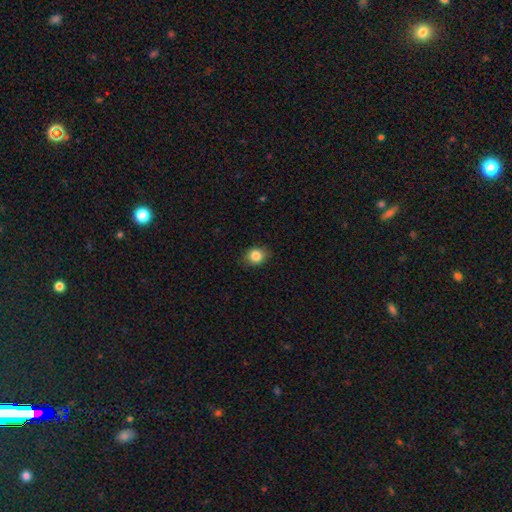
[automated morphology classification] Smooth or featured? smooth (85%)
How rounded? round (63%)
Merging? none (81%)